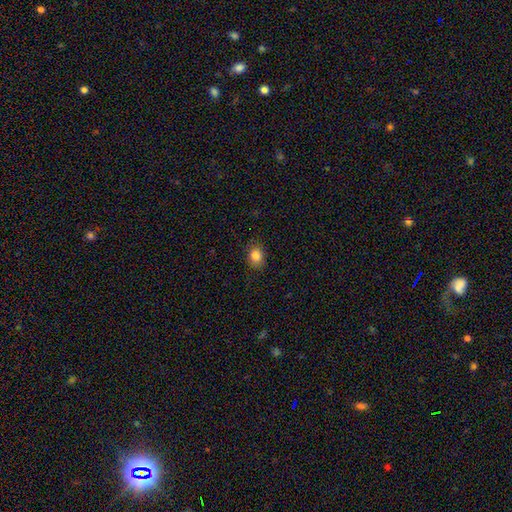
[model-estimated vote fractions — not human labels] smooth 84%, star or artifact 10%, featured or disk 6%. Down the decision tree: how rounded — in between (55%); merging — none (86%).